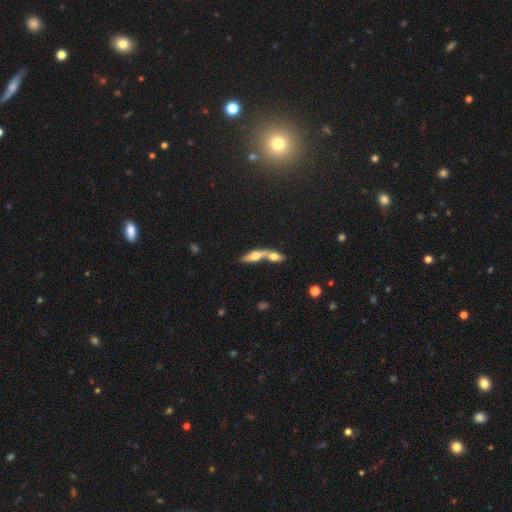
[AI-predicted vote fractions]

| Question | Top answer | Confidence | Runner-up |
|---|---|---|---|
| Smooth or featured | smooth | 49% | featured or disk (43%) |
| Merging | merger | 68% | none (22%) |